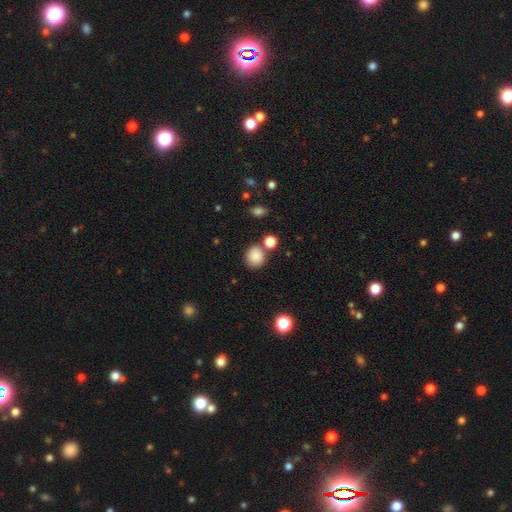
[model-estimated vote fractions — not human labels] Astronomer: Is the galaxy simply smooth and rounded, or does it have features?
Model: smooth — 85%.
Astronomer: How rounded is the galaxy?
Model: round — 81%.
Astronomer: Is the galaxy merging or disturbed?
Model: none — 74%.